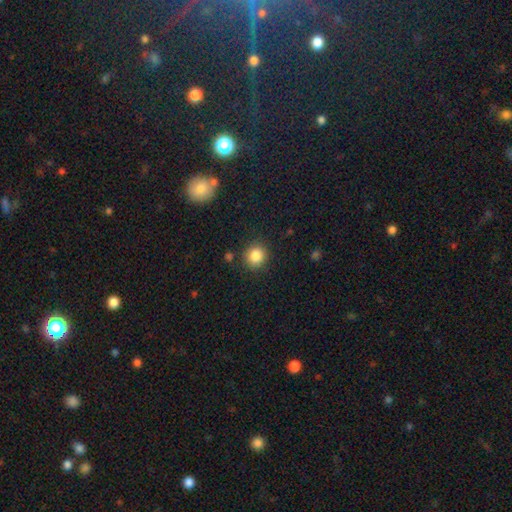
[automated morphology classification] smooth 85%, star or artifact 10%, featured or disk 4%. Down the decision tree: how rounded — round (88%); merging — none (86%).